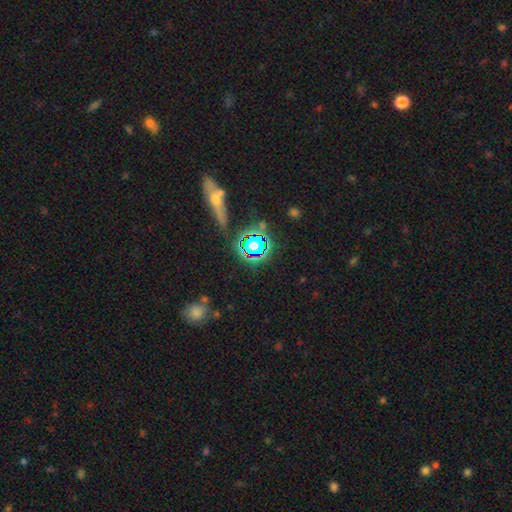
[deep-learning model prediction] Overall: star or artifact (62%; smooth 26%).